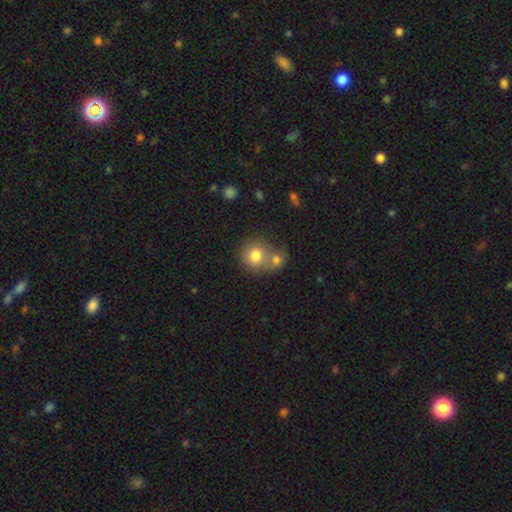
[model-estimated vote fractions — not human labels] This appears to be a smooth galaxy with no disk features (78%) that is round (83%). Merging: merger (48%).